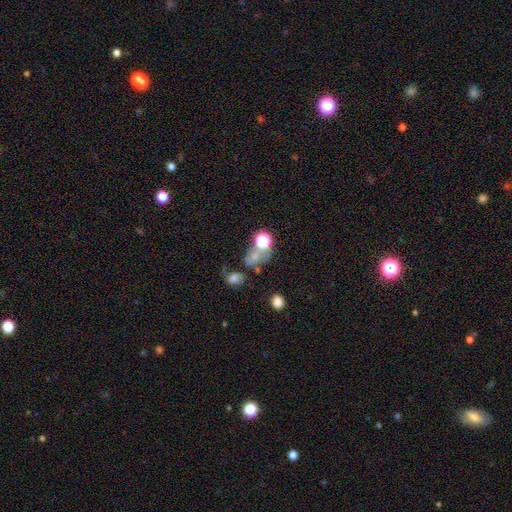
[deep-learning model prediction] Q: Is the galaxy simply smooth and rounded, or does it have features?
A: smooth — 50%.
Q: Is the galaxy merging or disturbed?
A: merger — 33%.